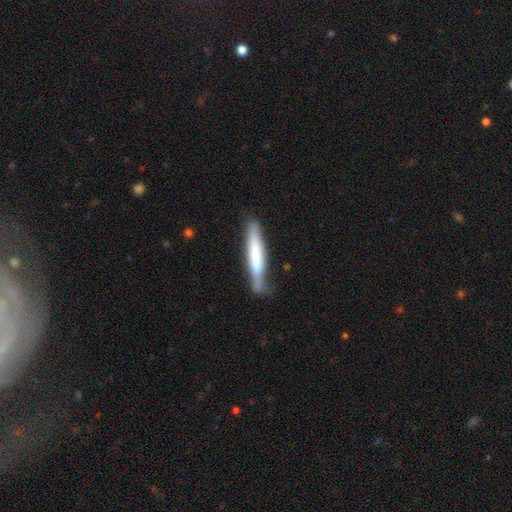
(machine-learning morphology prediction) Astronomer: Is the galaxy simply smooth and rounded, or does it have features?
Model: smooth — 59% (runner-up: featured or disk, 36%).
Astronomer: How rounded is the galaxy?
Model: cigar-shaped — 93%.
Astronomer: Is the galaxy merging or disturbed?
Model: none — 67%.